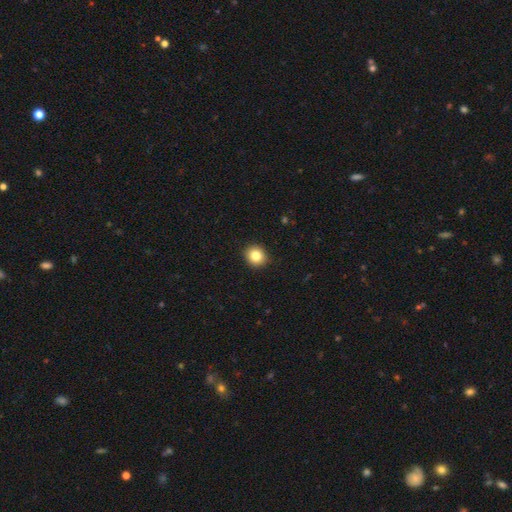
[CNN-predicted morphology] The model was most divided on "how rounded": round: 84%, in between: 15%, cigar-shaped: 1%. More confident: merging — none (92%); smooth or featured — smooth (84%).